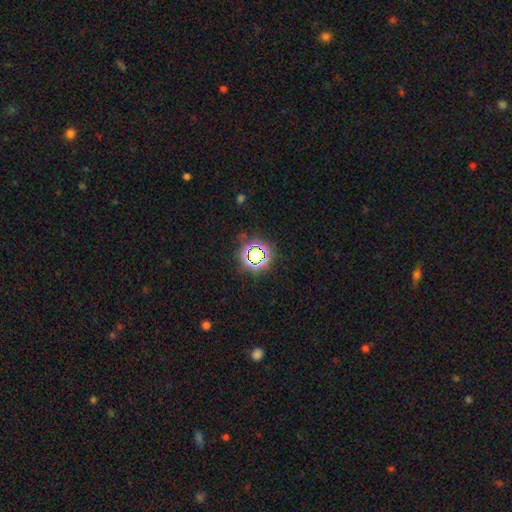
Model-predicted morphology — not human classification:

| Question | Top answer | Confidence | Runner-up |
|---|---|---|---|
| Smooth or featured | star or artifact | 63% | smooth (26%) |